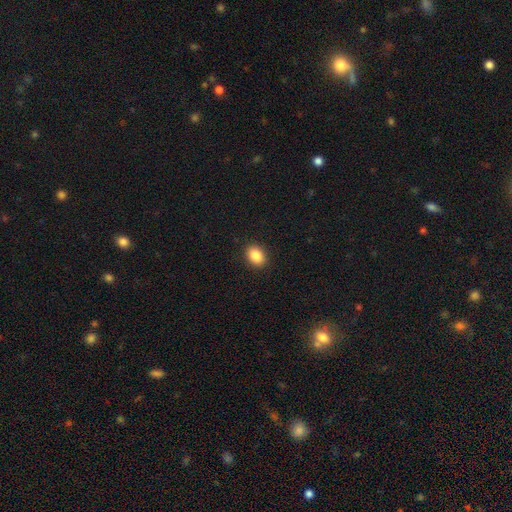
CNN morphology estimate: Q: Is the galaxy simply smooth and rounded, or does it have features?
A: smooth — 87%.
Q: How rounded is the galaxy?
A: in between — 67%.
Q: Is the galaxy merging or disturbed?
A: none — 91%.